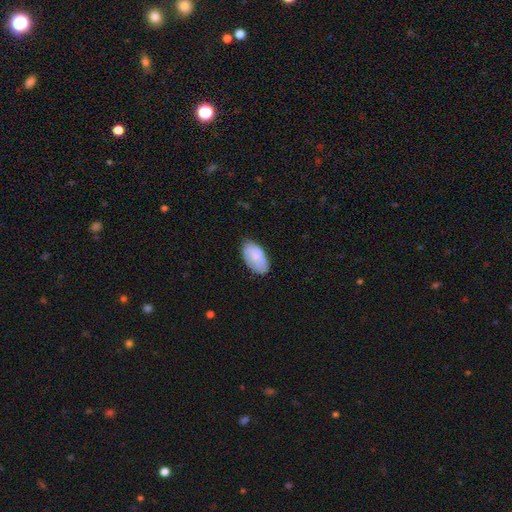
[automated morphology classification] A smooth galaxy with no disk features (65%) that is in between round and cigar-shaped (95%).

Vote fractions:
- Smooth or featured? smooth: 65% / featured or disk: 28% / star or artifact: 7%
- How rounded? in between: 95% / round: 3% / cigar-shaped: 2%
- Merging? none: 68% / minor disturbance: 23% / major disturbance: 5% / merger: 3%